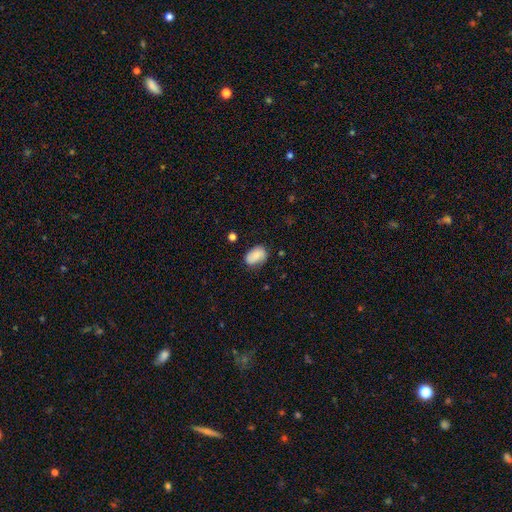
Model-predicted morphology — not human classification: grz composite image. It shows a smooth galaxy with no disk features (76%) that is in between round and cigar-shaped (85%). Merging: none (69%).